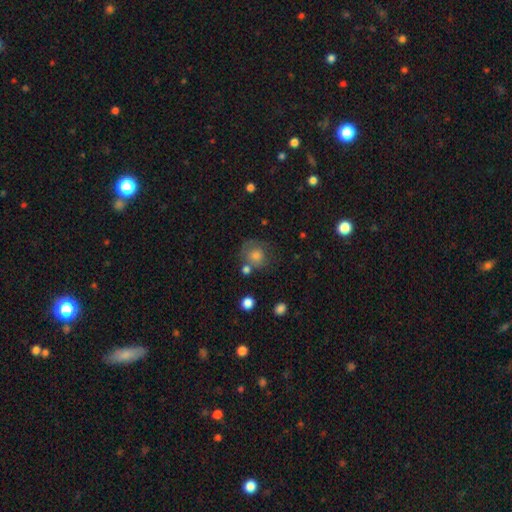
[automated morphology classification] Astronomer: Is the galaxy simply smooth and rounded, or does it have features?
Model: smooth — 66%.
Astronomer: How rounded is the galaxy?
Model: round — 82%.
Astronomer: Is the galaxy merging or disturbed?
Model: none — 61%.